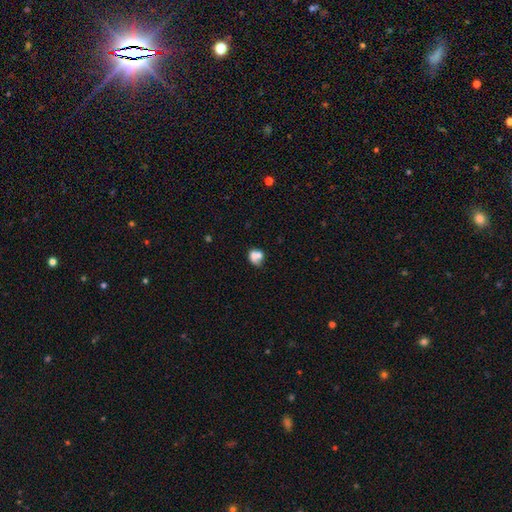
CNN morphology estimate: Smooth or featured? smooth (67%)
How rounded? round (54%)
Merging? merger (49%)